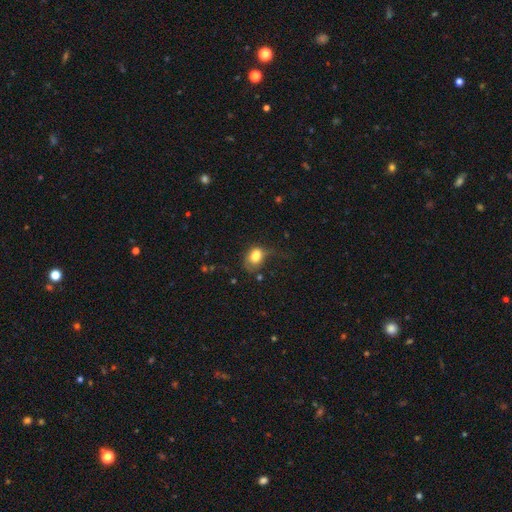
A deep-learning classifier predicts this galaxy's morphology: This appears to be a smooth galaxy with no disk features (77%) that is in between round and cigar-shaped (71%). Merging: major disturbance (33%, tied with none).